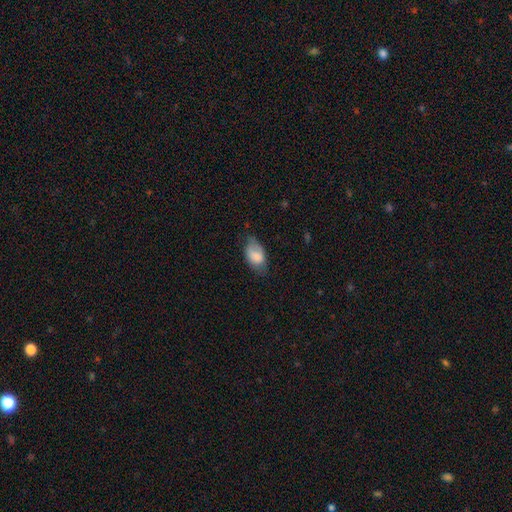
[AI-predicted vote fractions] Morphology: type=smooth (80%); roundness=in between (91%); merging=none (58%).